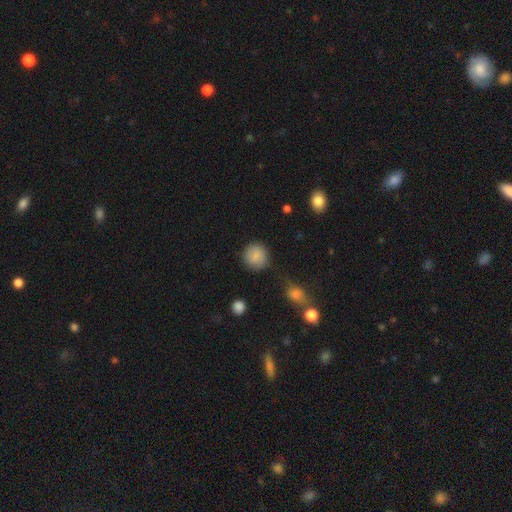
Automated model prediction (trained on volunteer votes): This is clearly a smooth galaxy (85%). How rounded: clearly round (90%). Merging: clearly none (83%).